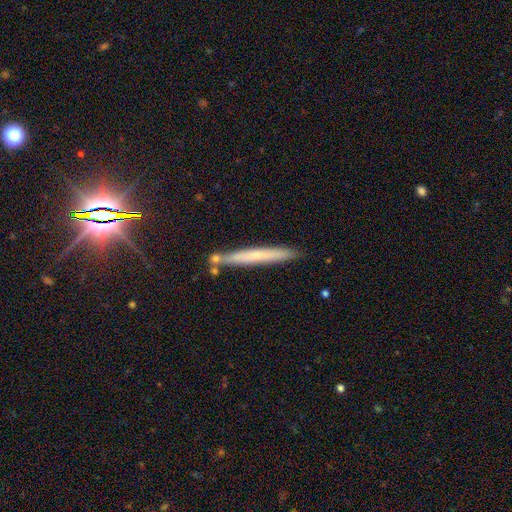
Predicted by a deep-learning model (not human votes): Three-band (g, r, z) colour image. It shows a smooth galaxy with no disk features (53%) that is cigar-shaped (96%). Merging: none (82%).